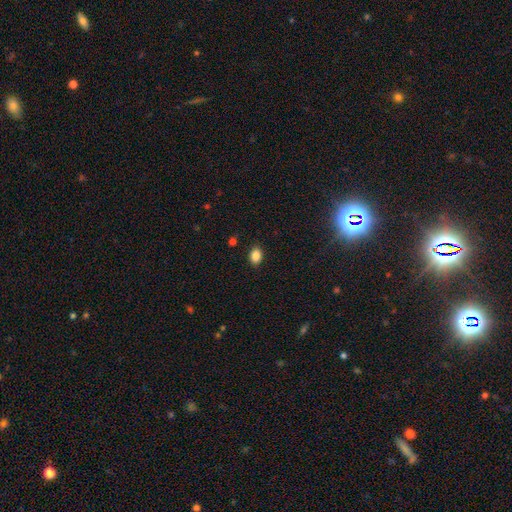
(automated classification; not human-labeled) A smooth galaxy with no disk features (86%) that is in between round and cigar-shaped (77%). Merging: none (88%).